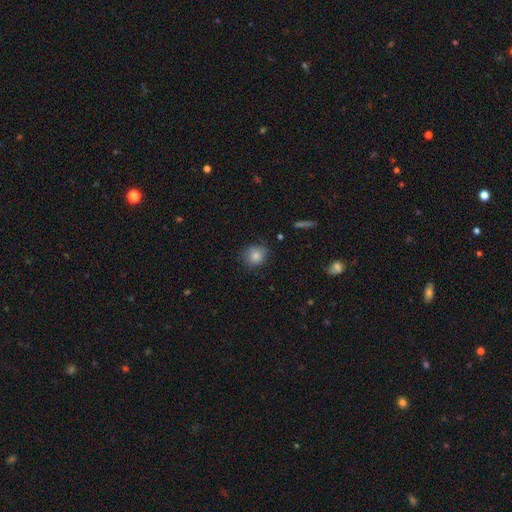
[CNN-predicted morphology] Smooth or featured: smooth — 83% (star or artifact — 9%)
How rounded: round — 77% (in between — 22%)
Merging: none — 71% (minor disturbance — 23%)